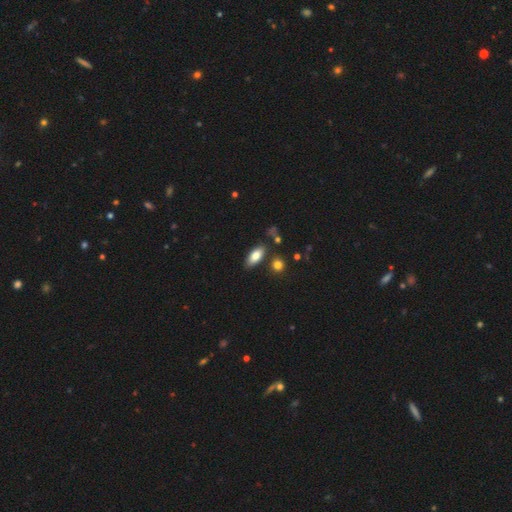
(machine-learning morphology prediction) A smooth galaxy with no disk features (79%) that is in between round and cigar-shaped (84%).

Vote fractions:
- Smooth or featured? smooth: 79% / featured or disk: 14% / star or artifact: 7%
- How rounded? in between: 84% / cigar-shaped: 13% / round: 3%
- Merging? none: 79% / minor disturbance: 12% / merger: 6% / major disturbance: 3%